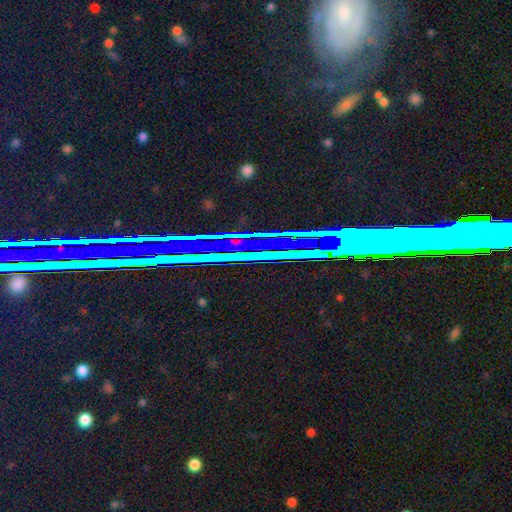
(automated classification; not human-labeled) This is likely a star or artifact rather than a galaxy (72%).